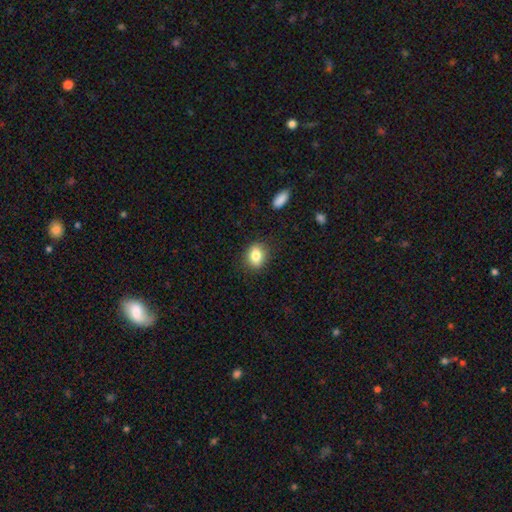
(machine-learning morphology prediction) smooth_or_featured: smooth (p=0.82) [alt: star or artifact p=0.10]
how_rounded: in between (p=0.54) [alt: round p=0.44]
merging: none (p=0.87) [alt: minor disturbance p=0.10]